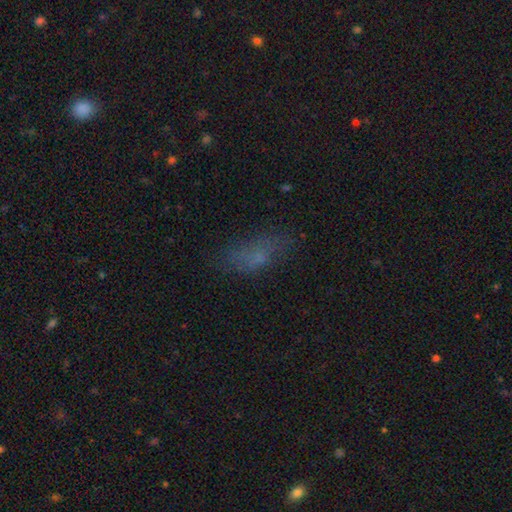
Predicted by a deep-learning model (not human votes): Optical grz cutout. It shows a smooth galaxy with no disk features (62%) that is in between round and cigar-shaped (76%). Merging: none (62%).